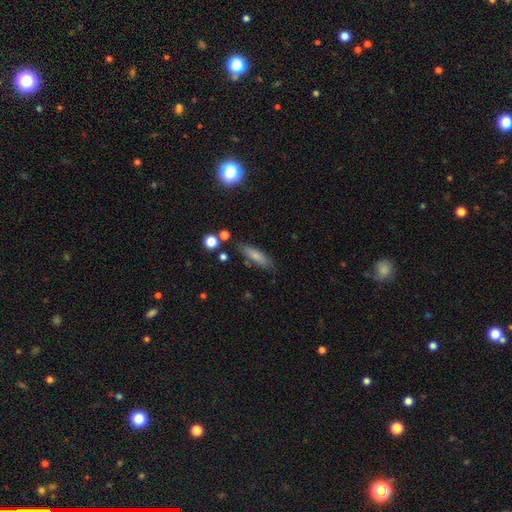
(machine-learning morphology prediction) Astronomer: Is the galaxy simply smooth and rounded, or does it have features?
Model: smooth — 74%.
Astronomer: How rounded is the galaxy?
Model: cigar-shaped — 62%.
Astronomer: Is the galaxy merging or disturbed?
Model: none — 75%.